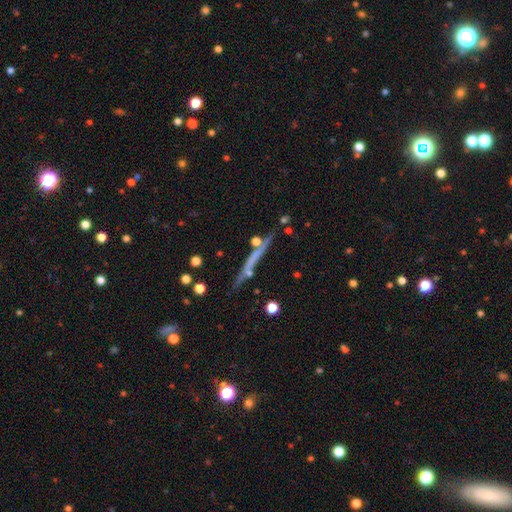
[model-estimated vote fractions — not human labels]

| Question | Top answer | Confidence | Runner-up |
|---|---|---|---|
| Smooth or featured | featured or disk | 55% | smooth (30%) |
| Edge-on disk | yes | 89% | no (11%) |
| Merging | none | 71% | minor disturbance (15%) |